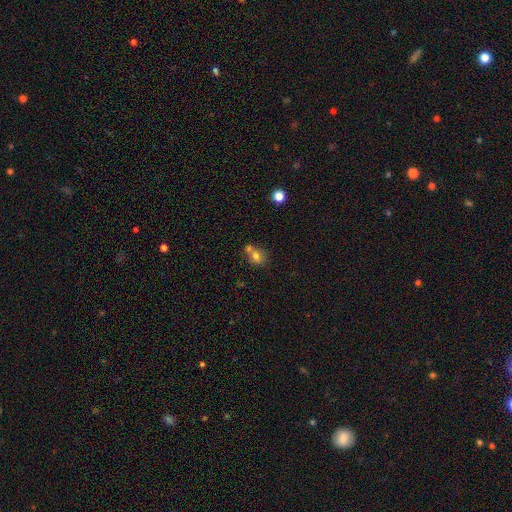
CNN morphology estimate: Q: Smooth or featured?
A: smooth (73%); runner-up: featured or disk (14%)
Q: How rounded?
A: round (60%); runner-up: in between (39%)
Q: Merging?
A: merger (44%); runner-up: none (41%)